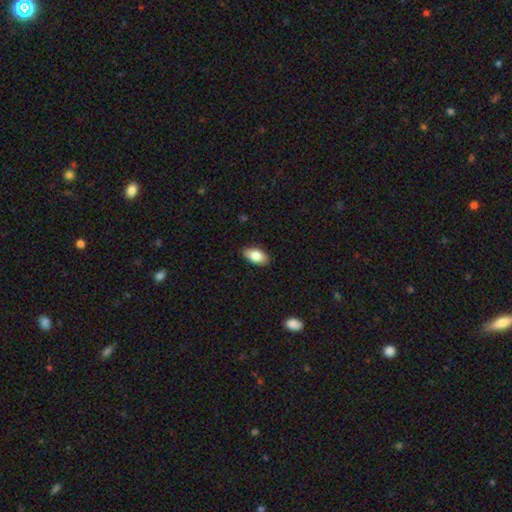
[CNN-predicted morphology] smooth_or_featured: smooth (p=0.82) [alt: featured or disk p=0.12]
how_rounded: in between (p=0.94) [alt: round p=0.04]
merging: none (p=0.88) [alt: minor disturbance p=0.09]